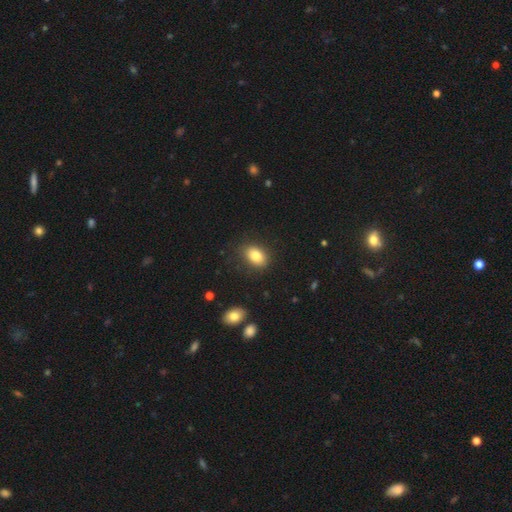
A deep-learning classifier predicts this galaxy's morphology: type=smooth (84%); roundness=in between (80%); merging=none (84%).